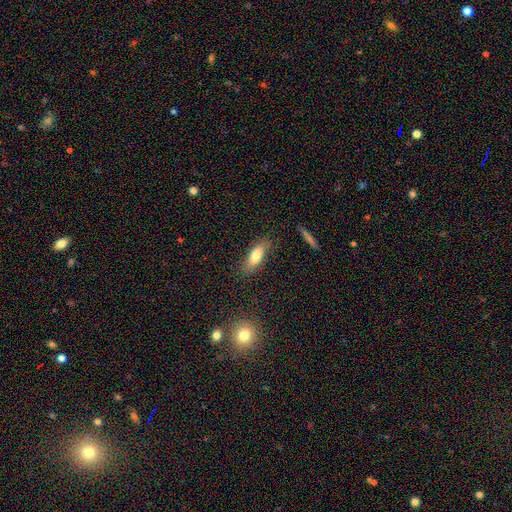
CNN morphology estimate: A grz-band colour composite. It shows a smooth galaxy with no disk features (74%) that is in between round and cigar-shaped (64%). Merging: none (81%).